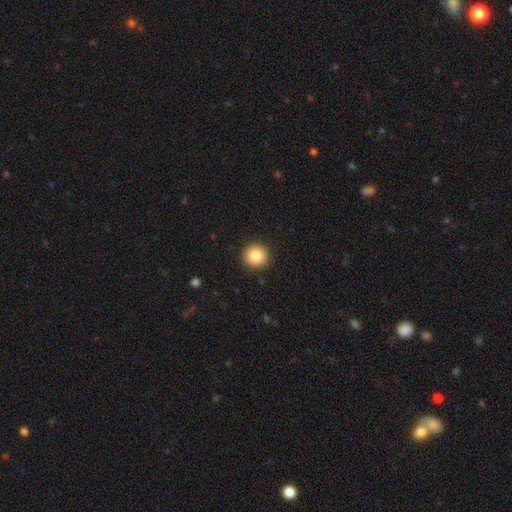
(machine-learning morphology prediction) smooth 88%, star or artifact 9%, featured or disk 4%. Down the decision tree: how rounded — round (91%); merging — none (91%).